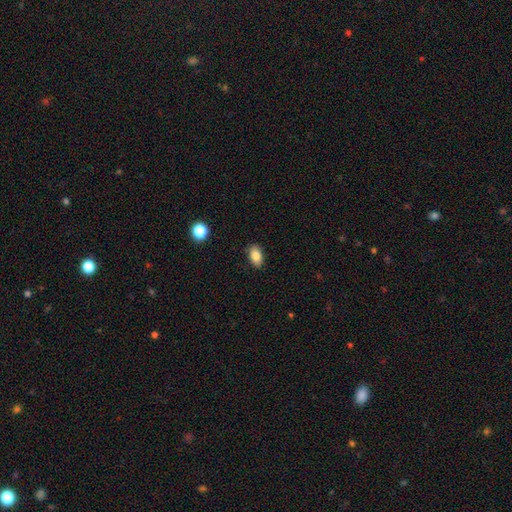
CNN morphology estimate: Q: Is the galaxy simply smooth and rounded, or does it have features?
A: smooth — 84%.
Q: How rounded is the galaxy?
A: in between — 89%.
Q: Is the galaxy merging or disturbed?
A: none — 87%.